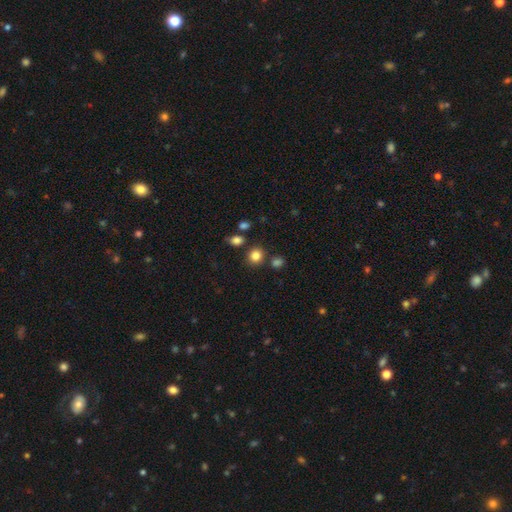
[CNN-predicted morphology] smooth-or-featured: smooth: 84% | star or artifact: 12% | featured or disk: 5%
  how-rounded: round: 79% | in between: 20% | cigar-shaped: 1%
  merging: none: 80% | minor disturbance: 9% | merger: 8% | major disturbance: 3%